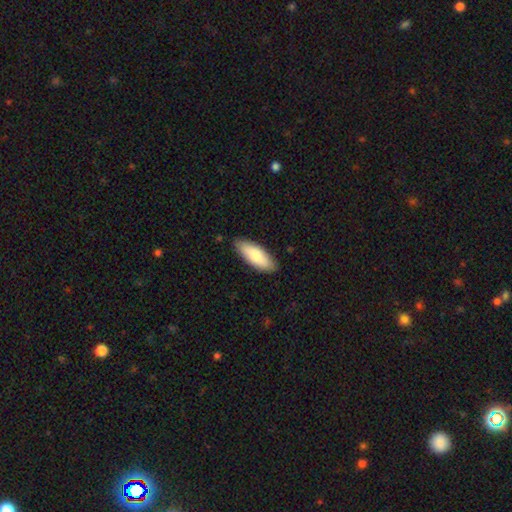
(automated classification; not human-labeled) Q: Smooth or featured?
A: smooth (81%); runner-up: featured or disk (14%)
Q: How rounded?
A: in between (73%); runner-up: cigar-shaped (25%)
Q: Merging?
A: none (85%); runner-up: minor disturbance (12%)